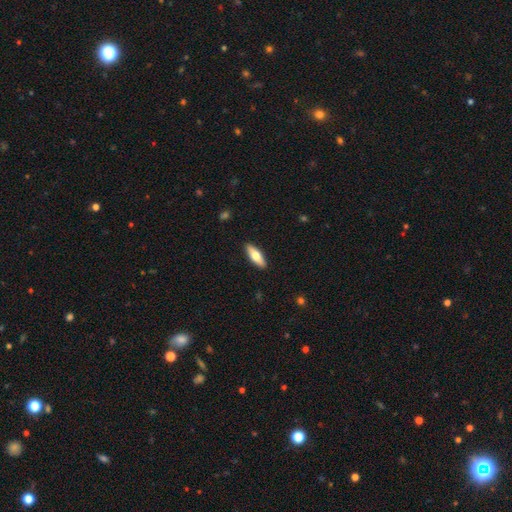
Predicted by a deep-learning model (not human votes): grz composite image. It shows a smooth galaxy with no disk features (63%) that is in between round and cigar-shaped (53%). Merging: none (90%).